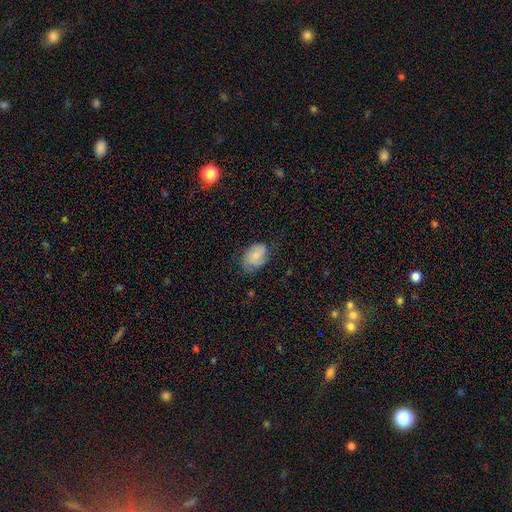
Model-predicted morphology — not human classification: Smooth or featured: smooth — 73% (featured or disk — 20%)
How rounded: in between — 84% (round — 15%)
Merging: none — 62% (minor disturbance — 28%)